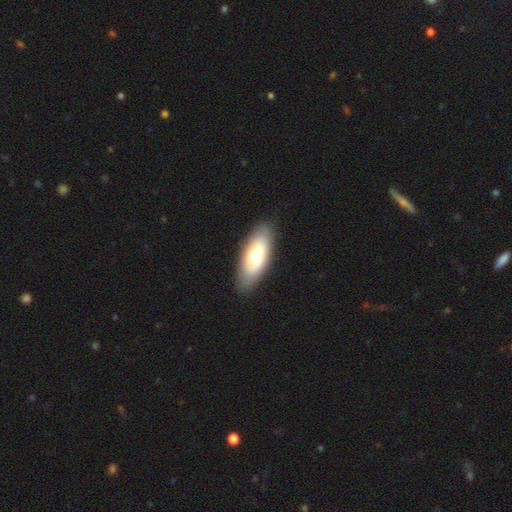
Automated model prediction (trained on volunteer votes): The model was most divided on "smooth or featured": smooth: 72%, featured or disk: 23%, star or artifact: 6%. More confident: merging — none (86%); how rounded — in between (79%).